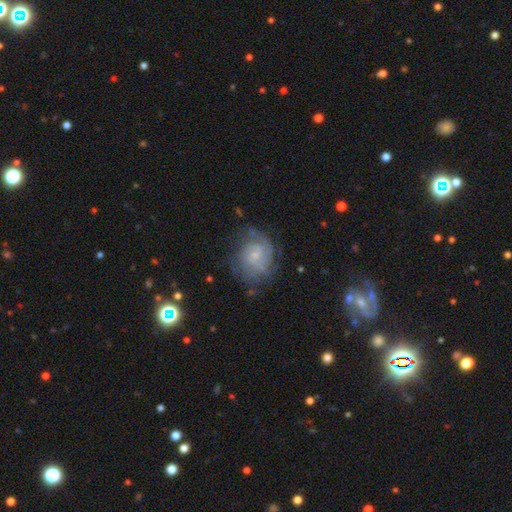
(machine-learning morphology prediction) Overall: featured or disk (68%). Edge-on disk: no (98%). Bar: no (62%; weak 34%). Spiral arms: yes (87%). Spiral arm count: can't tell (44%; 2 28%). Spiral winding: tight (53%; medium 34%). Bulge size: small (67%). Merging: none (61%; minor disturbance 23%).